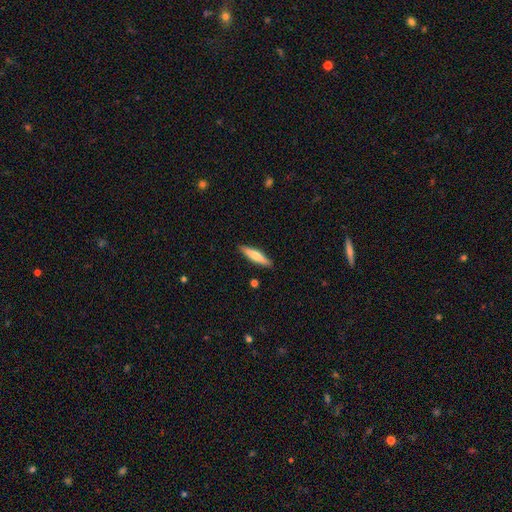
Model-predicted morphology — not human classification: Smooth or featured: smooth — 62% (featured or disk — 32%)
How rounded: cigar-shaped — 83% (in between — 16%)
Merging: none — 89% (minor disturbance — 7%)